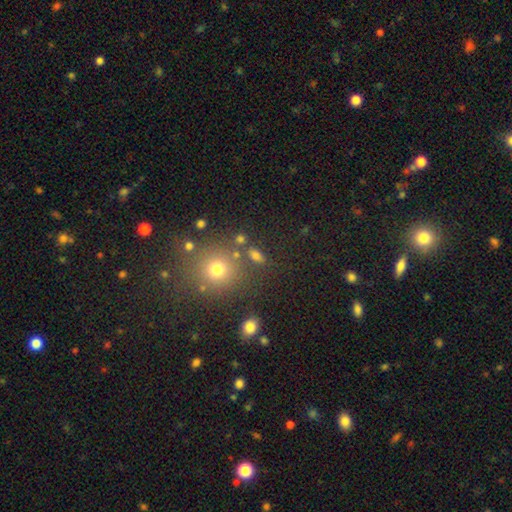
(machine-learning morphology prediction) This is likely a smooth galaxy (71%). How rounded: possibly in between (60%). Merging: likely none (76%).